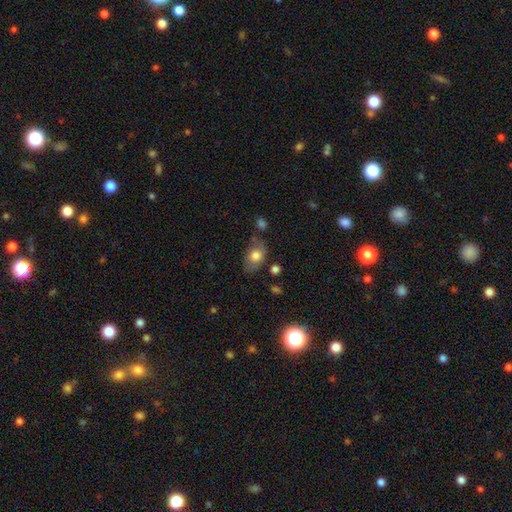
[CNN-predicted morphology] Smooth or featured? Predicted: smooth (p=0.74). How rounded? Predicted: in between (p=0.81). Merging? Predicted: none (p=0.63).